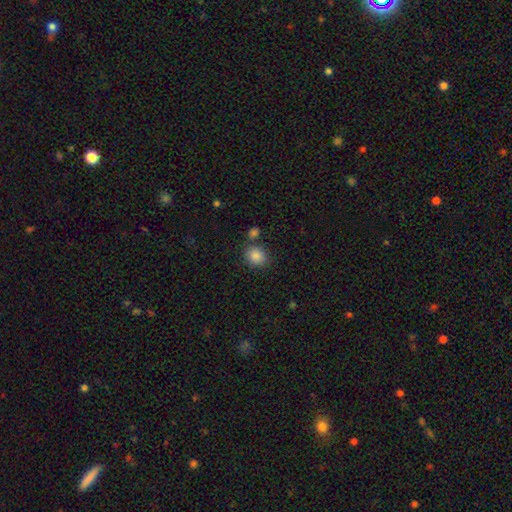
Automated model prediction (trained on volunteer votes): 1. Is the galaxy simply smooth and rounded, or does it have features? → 87% smooth, 9% star or artifact, 4% featured or disk.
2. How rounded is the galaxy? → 64% round, 35% in between, 1% cigar-shaped.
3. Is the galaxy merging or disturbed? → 73% none, 12% minor disturbance, 11% merger, 4% major disturbance.